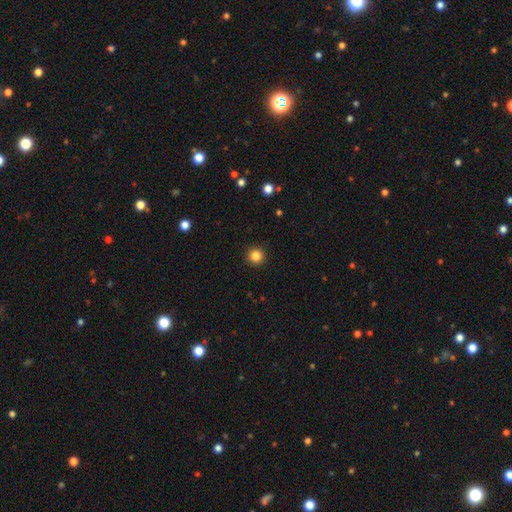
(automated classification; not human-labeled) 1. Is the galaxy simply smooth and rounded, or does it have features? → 85% smooth, 11% star or artifact, 4% featured or disk.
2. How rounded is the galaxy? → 95% round, 4% in between, 1% cigar-shaped.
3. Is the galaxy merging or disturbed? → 93% none, 5% minor disturbance, 2% major disturbance, 1% merger.